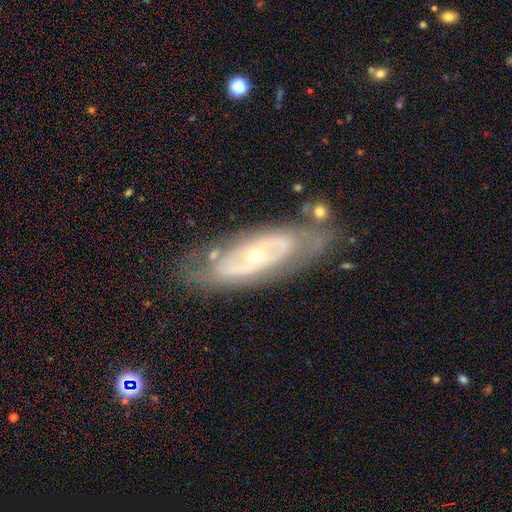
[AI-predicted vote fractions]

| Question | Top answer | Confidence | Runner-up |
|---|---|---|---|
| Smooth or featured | featured or disk | 77% | smooth (17%) |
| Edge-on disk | no | 86% | yes (14%) |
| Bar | no | 75% | weak (17%) |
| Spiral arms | no | 50% | tied: yes (50%) |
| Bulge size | small | 57% | moderate (40%) |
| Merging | none | 73% | minor disturbance (17%) |